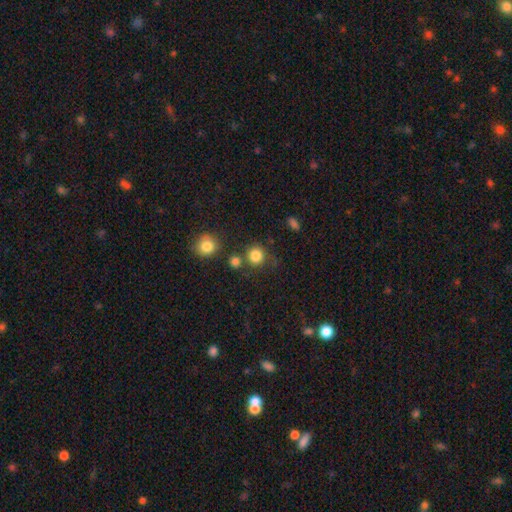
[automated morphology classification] This is clearly a smooth galaxy (83%). How rounded: clearly round (91%). Merging: likely none (73%).